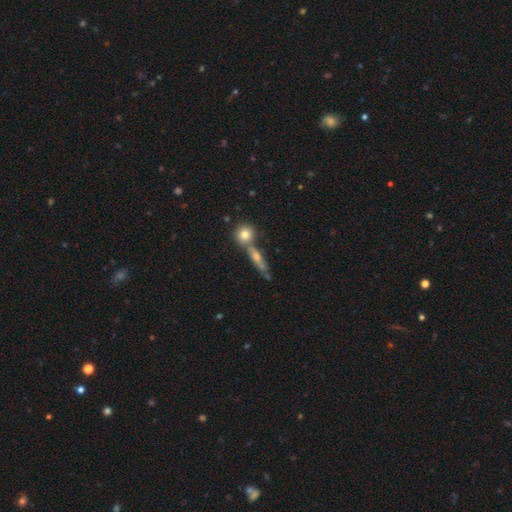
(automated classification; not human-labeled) A smooth galaxy with no disk features (41%).

Vote fractions:
- Smooth or featured? smooth: 41% / featured or disk: 31% / star or artifact: 28%
- Merging? none: 44% / merger: 35% / minor disturbance: 11% / major disturbance: 9%